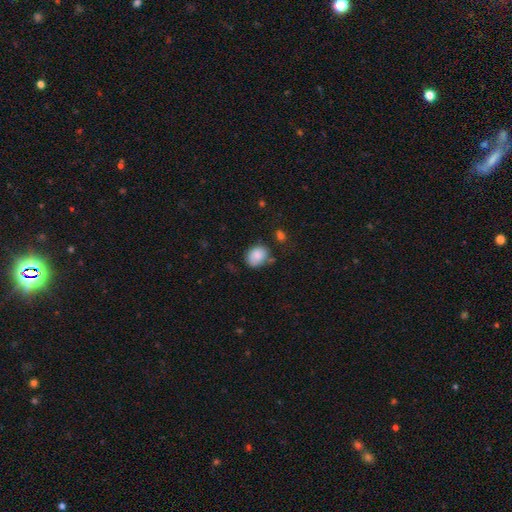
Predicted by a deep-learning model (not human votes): The model was most divided on "how rounded": in between: 50%, round: 49%, cigar-shaped: 1%. More confident: smooth or featured — smooth (84%); merging — none (64%).